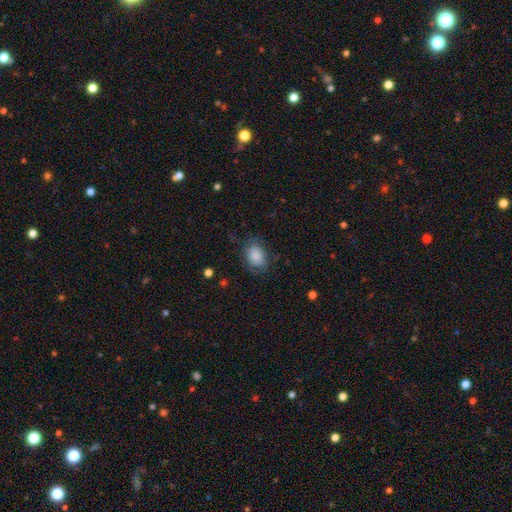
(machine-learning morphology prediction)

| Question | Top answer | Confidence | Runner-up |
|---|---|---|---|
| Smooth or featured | smooth | 80% | featured or disk (13%) |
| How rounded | in between | 69% | round (30%) |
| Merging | none | 64% | minor disturbance (23%) |